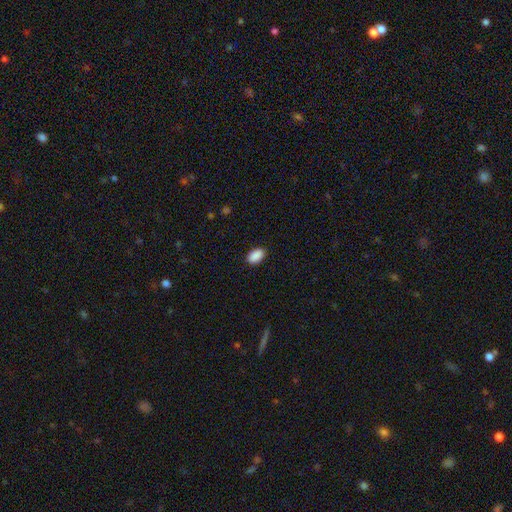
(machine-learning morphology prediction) This appears to be a smooth galaxy with no disk features (91%) that is in between round and cigar-shaped (92%). Merging: none (89%).